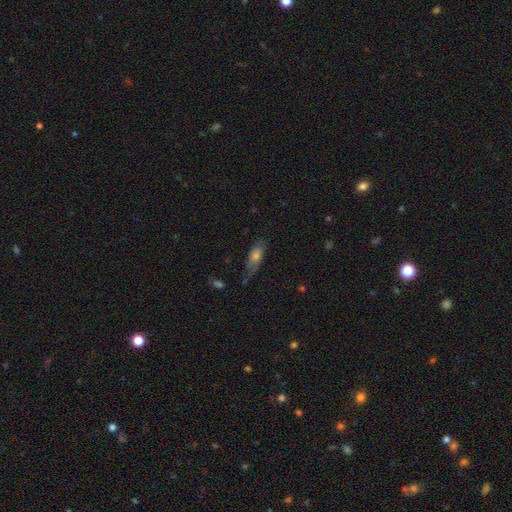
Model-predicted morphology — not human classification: Q: Smooth or featured?
A: smooth (67%); runner-up: featured or disk (24%)
Q: How rounded?
A: in between (73%); runner-up: cigar-shaped (23%)
Q: Merging?
A: none (55%); runner-up: minor disturbance (31%)